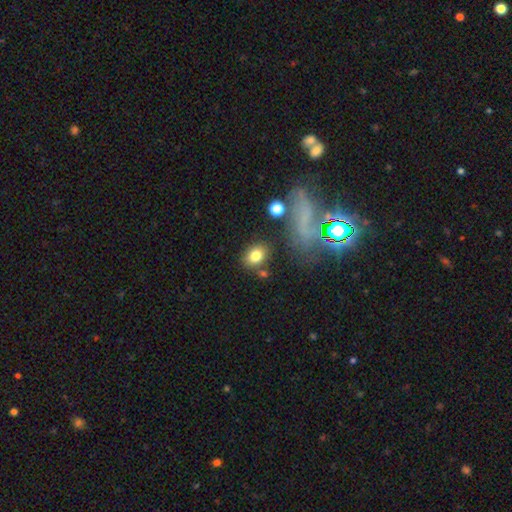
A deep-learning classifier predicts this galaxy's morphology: smooth-or-featured: smooth: 79% | star or artifact: 11% | featured or disk: 10%
  how-rounded: in between: 63% | round: 36% | cigar-shaped: 1%
  merging: none: 77% | minor disturbance: 12% | merger: 7% | major disturbance: 4%